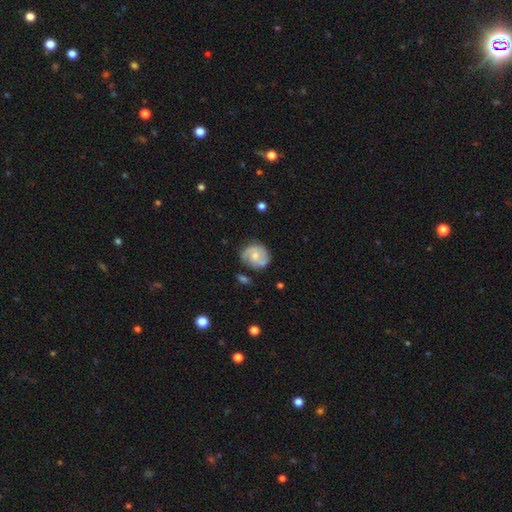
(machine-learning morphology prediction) type=featured or disk (64%); edge-on=no (97%); bar=no (61%); spiral arms=yes (88%); winding=medium (44%); arm count=2 (69%); bulge=moderate (48%); merging=none (65%).